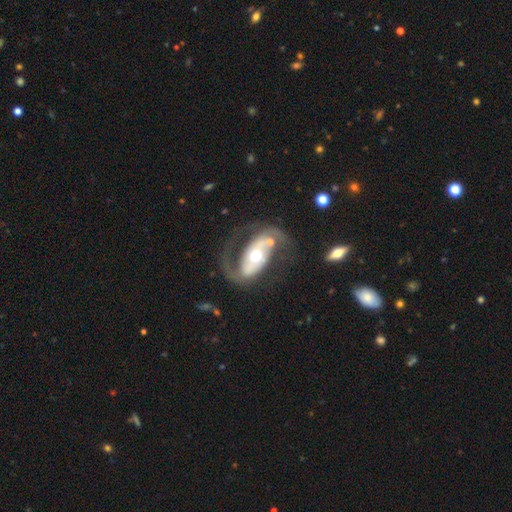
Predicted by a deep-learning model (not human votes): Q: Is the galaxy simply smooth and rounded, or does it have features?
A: featured or disk — 85%.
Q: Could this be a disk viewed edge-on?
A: no — 95%.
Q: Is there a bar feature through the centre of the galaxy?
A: no — 38%.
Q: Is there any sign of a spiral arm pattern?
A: yes — 87%.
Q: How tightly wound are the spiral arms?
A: medium — 45%.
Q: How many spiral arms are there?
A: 2 — 87%.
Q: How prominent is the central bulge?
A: moderate — 71%.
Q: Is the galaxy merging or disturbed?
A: none — 56%.